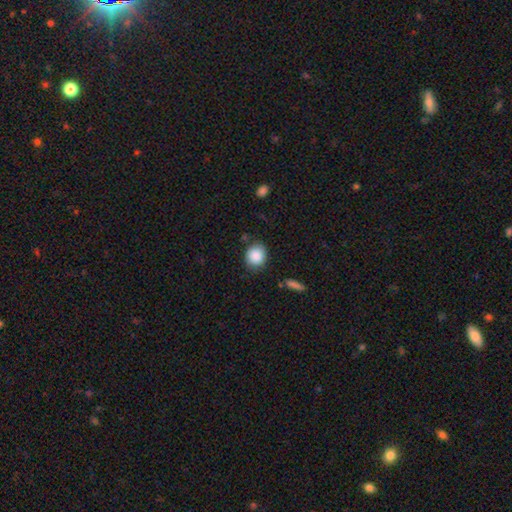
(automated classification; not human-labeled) Smooth or featured? smooth (88%)
How rounded? round (76%)
Merging? none (81%)